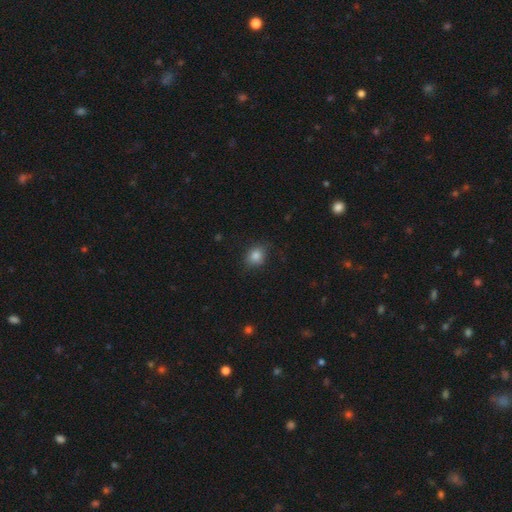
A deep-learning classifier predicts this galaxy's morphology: A smooth galaxy with no disk features (84%) that is round (59%).

Vote fractions:
- Smooth or featured? smooth: 84% / star or artifact: 10% / featured or disk: 6%
- How rounded? round: 59% / in between: 40% / cigar-shaped: 1%
- Merging? none: 77% / minor disturbance: 17% / major disturbance: 4% / merger: 1%